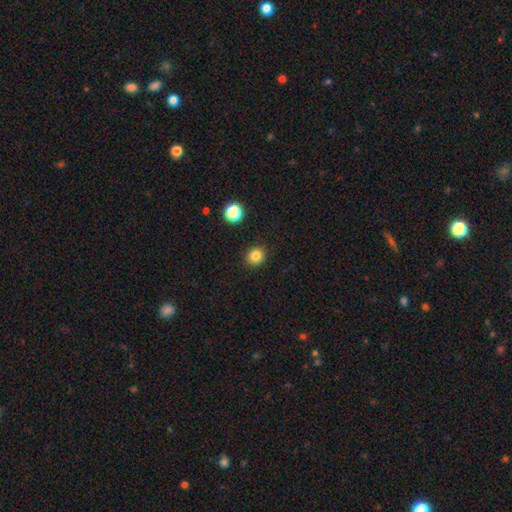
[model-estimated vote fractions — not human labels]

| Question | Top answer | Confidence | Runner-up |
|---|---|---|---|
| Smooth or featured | smooth | 83% | star or artifact (12%) |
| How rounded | round | 89% | in between (10%) |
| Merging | none | 91% | minor disturbance (6%) |